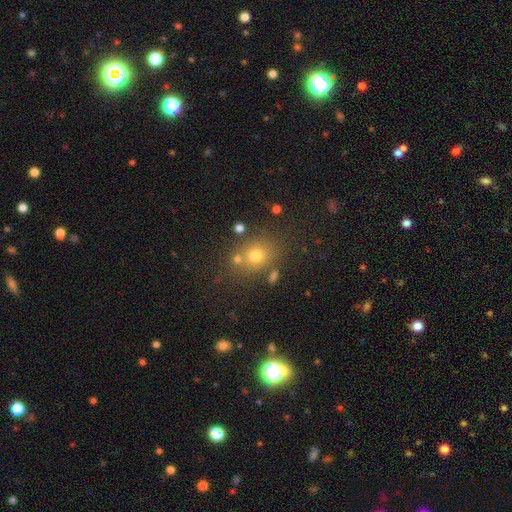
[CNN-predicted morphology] Smooth or featured? Predicted: smooth (p=0.68). How rounded? Predicted: round (p=0.64). Merging? Predicted: none (p=0.70).